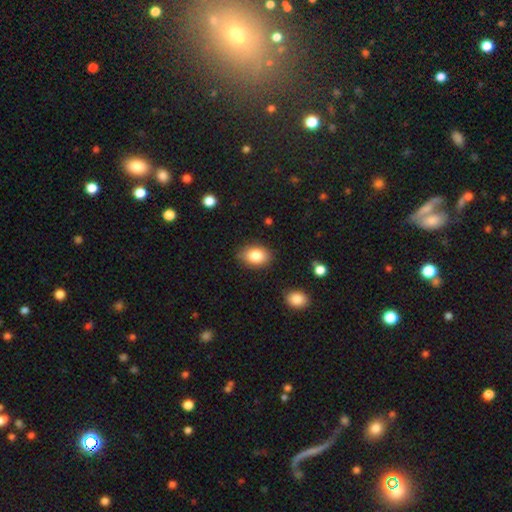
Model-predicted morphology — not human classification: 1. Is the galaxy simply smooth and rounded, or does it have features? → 84% smooth, 8% featured or disk, 8% star or artifact.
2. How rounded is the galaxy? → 79% in between, 19% round, 1% cigar-shaped.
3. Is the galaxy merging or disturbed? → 85% none, 11% minor disturbance, 3% major disturbance, 2% merger.